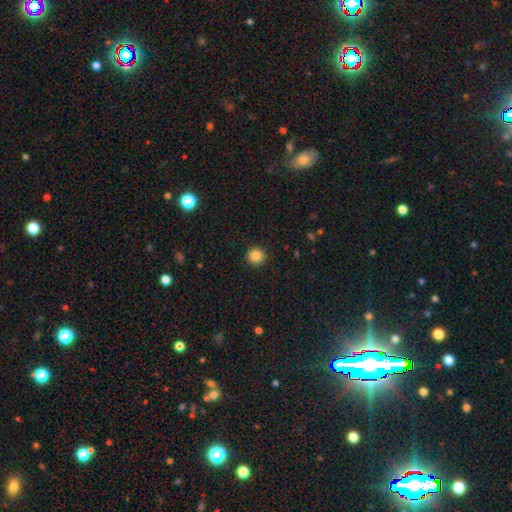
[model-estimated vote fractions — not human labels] This appears to be a smooth galaxy with no disk features (86%) that is round (95%). Merging: none (92%).